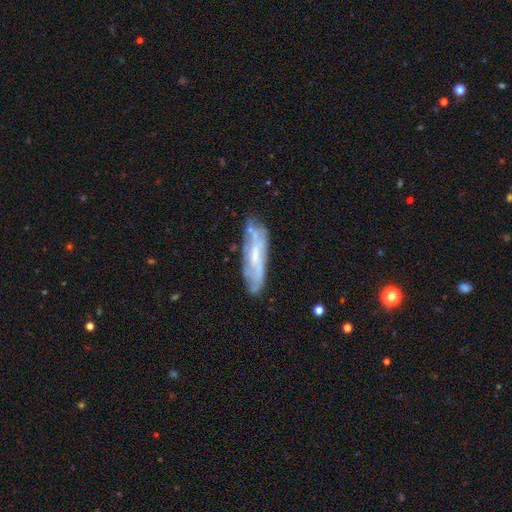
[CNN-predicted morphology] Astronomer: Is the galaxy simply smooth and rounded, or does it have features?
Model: featured or disk — 62%.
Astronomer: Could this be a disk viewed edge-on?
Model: no — 64%.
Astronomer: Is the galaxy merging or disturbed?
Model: none — 68%.